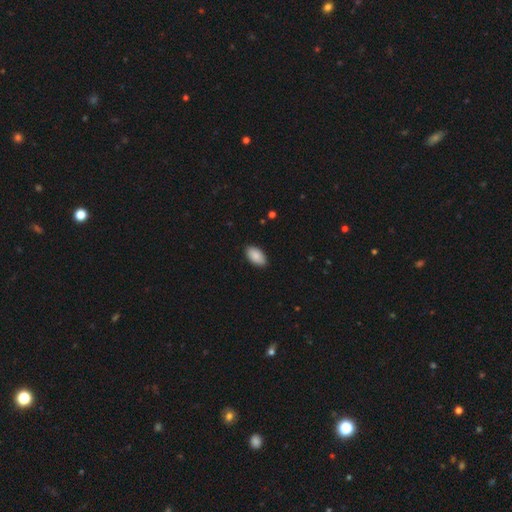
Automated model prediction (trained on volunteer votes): smooth 89%, star or artifact 6%, featured or disk 5%. Down the decision tree: how rounded — in between (96%); merging — none (88%).